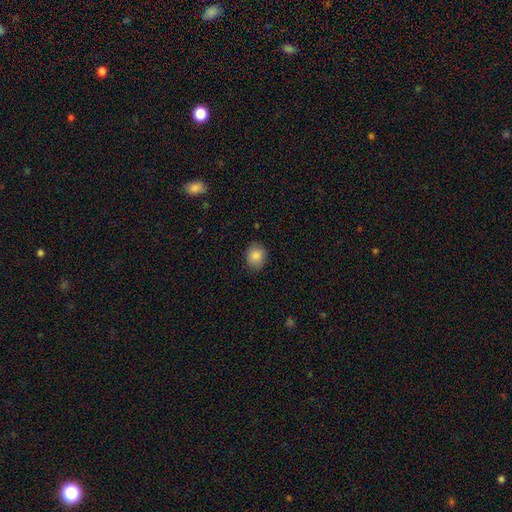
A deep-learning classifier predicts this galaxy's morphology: A smooth galaxy with no disk features (87%) that is round (63%).

Vote fractions:
- Smooth or featured? smooth: 87% / star or artifact: 9% / featured or disk: 5%
- How rounded? round: 63% / in between: 36% / cigar-shaped: 1%
- Merging? none: 84% / minor disturbance: 13% / major disturbance: 3% / merger: 1%